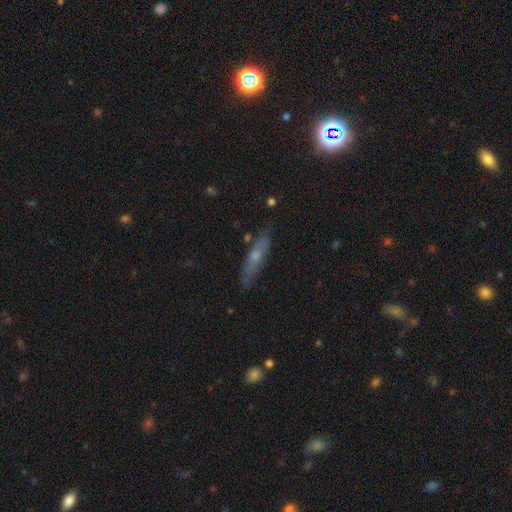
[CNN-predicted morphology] Smooth or featured: featured or disk — 51% (smooth — 40%)
Edge-on disk: yes — 74% (no — 26%)
Merging: none — 80% (minor disturbance — 15%)